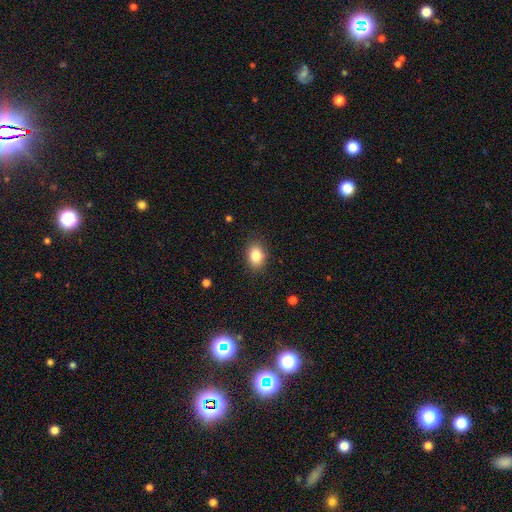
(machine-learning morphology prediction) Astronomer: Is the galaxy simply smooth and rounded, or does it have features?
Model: smooth — 84%.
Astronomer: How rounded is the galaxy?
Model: in between — 71%.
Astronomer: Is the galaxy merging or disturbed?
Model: none — 87%.